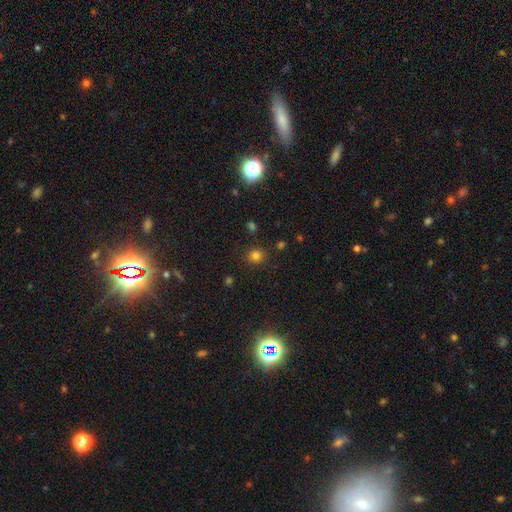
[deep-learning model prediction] Smooth or featured? smooth (78%)
How rounded? round (84%)
Merging? none (87%)